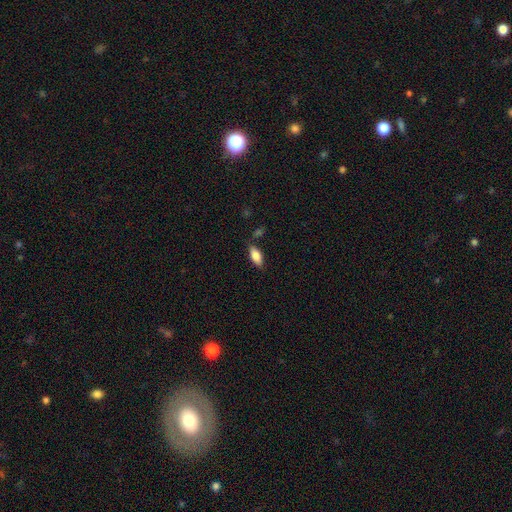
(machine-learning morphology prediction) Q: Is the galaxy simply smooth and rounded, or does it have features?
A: smooth — 78%.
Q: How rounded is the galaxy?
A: in between — 83%.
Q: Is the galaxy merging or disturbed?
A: none — 79%.